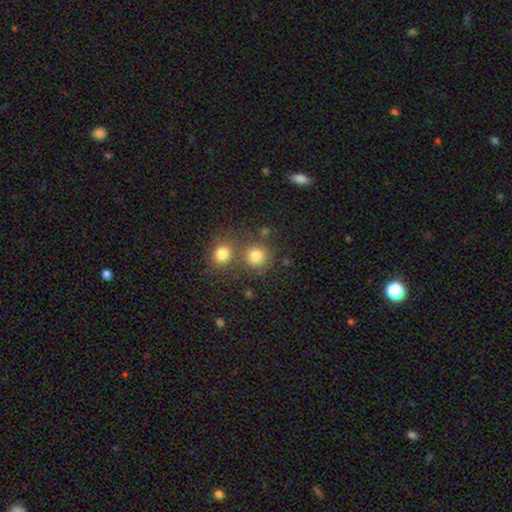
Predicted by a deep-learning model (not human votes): smooth_or_featured: smooth (p=0.80) [alt: star or artifact p=0.13]
how_rounded: round (p=0.89) [alt: in between p=0.10]
merging: none (p=0.62) [alt: merger p=0.27]